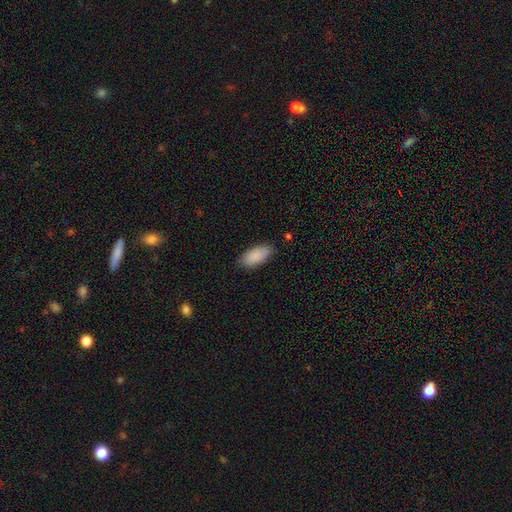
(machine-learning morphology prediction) Overall: smooth (89%). How rounded: in between (91%). Merging: none (83%).